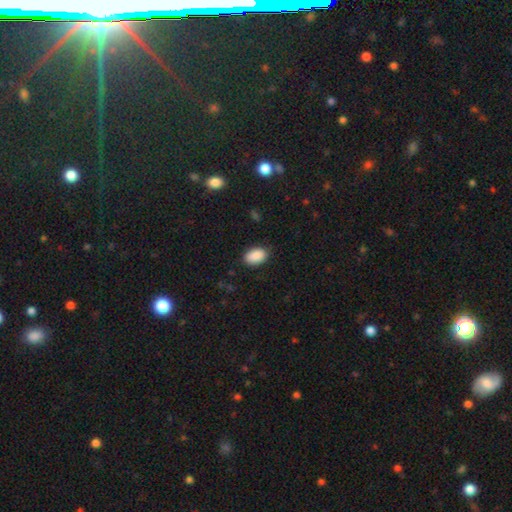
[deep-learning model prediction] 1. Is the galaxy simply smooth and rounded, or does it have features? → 90% smooth, 7% star or artifact, 3% featured or disk.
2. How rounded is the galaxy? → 91% in between, 8% round, 1% cigar-shaped.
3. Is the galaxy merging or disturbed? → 85% none, 11% minor disturbance, 3% major disturbance, 1% merger.